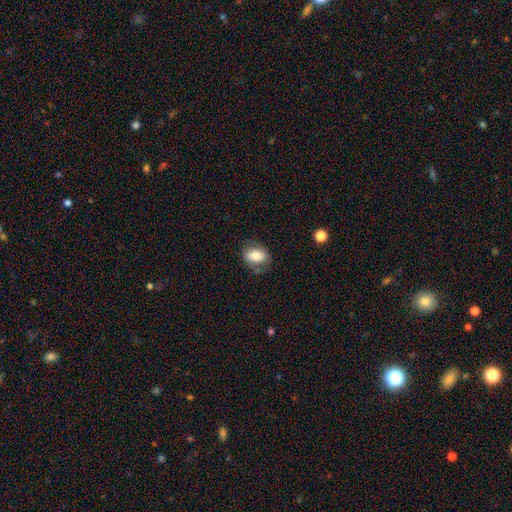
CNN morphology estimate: This is likely a smooth galaxy (77%). How rounded: likely in between (79%). Merging: likely none (71%).